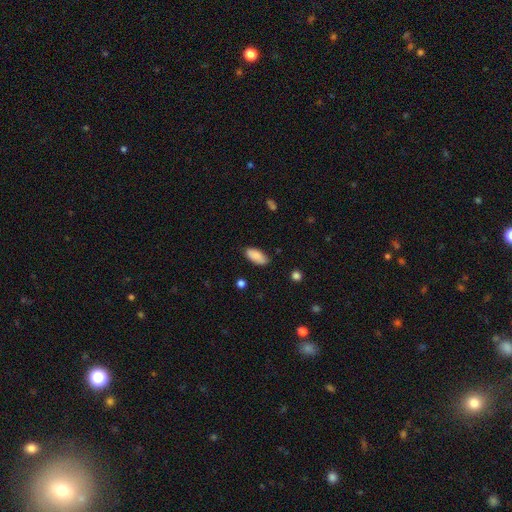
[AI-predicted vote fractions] smooth_or_featured: smooth (p=0.88) [alt: star or artifact p=0.06]
how_rounded: in between (p=0.89) [alt: cigar-shaped p=0.09]
merging: none (p=0.84) [alt: minor disturbance p=0.12]